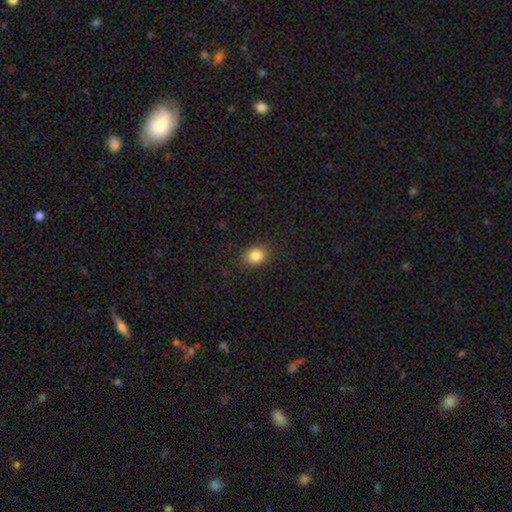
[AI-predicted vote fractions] Morphology: type=smooth (85%); roundness=in between (62%); merging=none (88%).